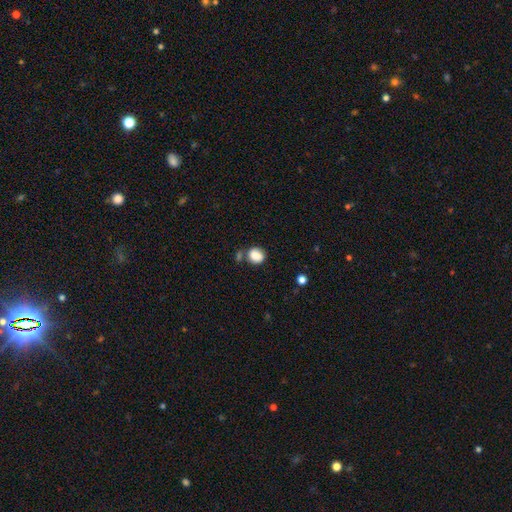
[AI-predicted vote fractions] Overall: smooth (85%). How rounded: round (63%; in between 36%). Merging: none (59%).